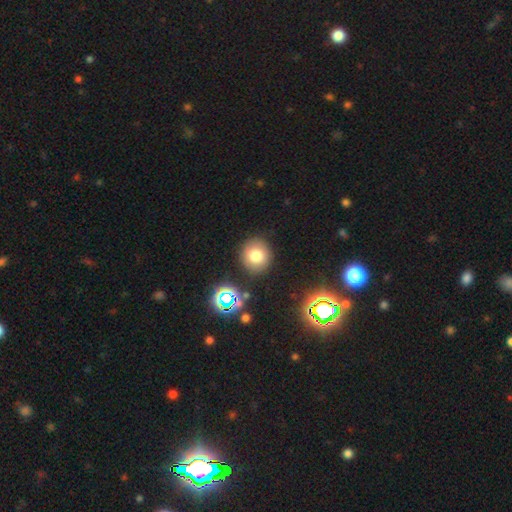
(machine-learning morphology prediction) Smooth or featured: smooth — 76% (star or artifact — 16%)
How rounded: round — 89% (in between — 10%)
Merging: none — 86% (minor disturbance — 8%)